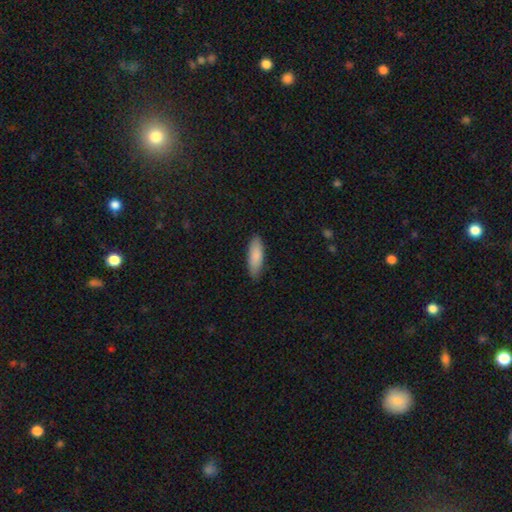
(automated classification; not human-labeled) Overall: smooth (86%). How rounded: in between (63%; cigar-shaped 35%). Merging: none (84%).